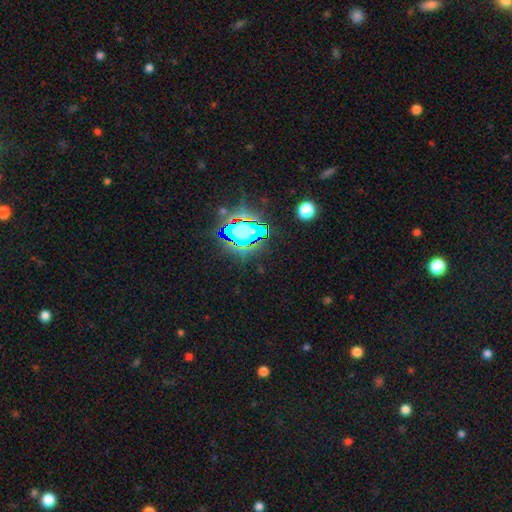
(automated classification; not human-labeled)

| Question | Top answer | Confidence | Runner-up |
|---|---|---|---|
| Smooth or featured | star or artifact | 79% | smooth (13%) |